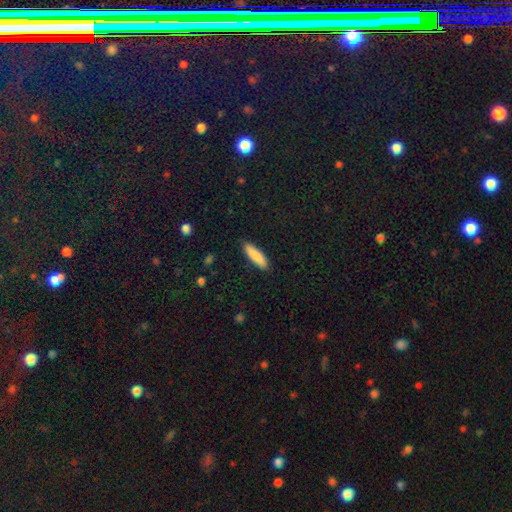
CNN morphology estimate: Smooth or featured?
  - smooth: 86% *
  - featured or disk: 9%
  - star or artifact: 5%
How rounded?
  - cigar-shaped: 63% *
  - in between: 36%
  - round: 1%
Merging?
  - none: 89% *
  - minor disturbance: 9%
  - major disturbance: 2%
  - merger: 1%